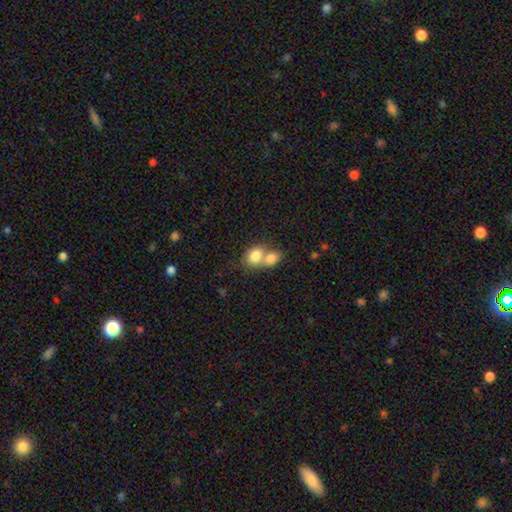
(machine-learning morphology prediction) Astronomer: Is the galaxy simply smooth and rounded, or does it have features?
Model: smooth — 80%.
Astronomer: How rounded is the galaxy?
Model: in between — 66%.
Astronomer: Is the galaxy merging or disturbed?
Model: merger — 70%.